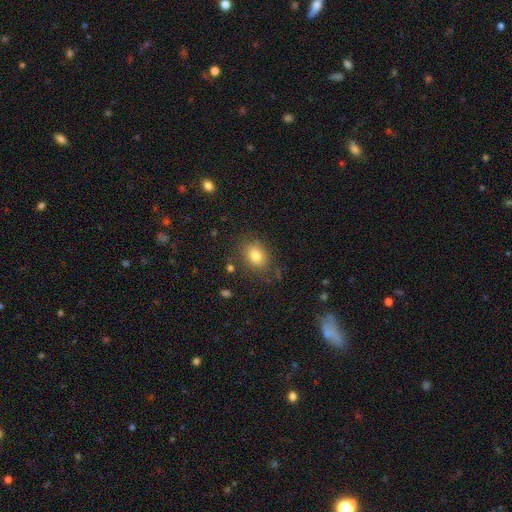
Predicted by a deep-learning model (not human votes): Smooth or featured? Predicted: smooth (p=0.80). How rounded? Predicted: in between (p=0.56). Merging? Predicted: none (p=0.79).